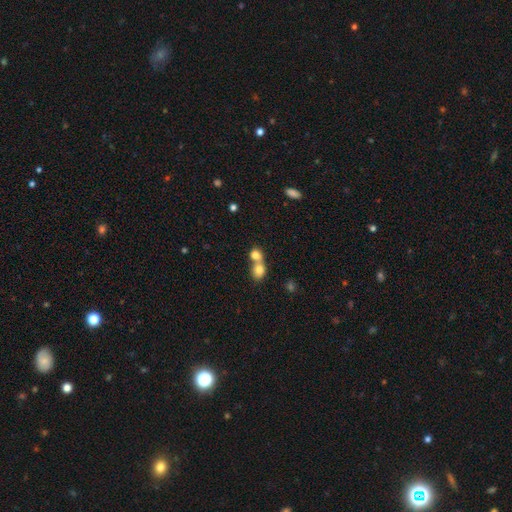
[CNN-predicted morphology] Smooth or featured: smooth — 79% (featured or disk — 11%)
How rounded: round — 67% (in between — 32%)
Merging: merger — 67% (none — 26%)